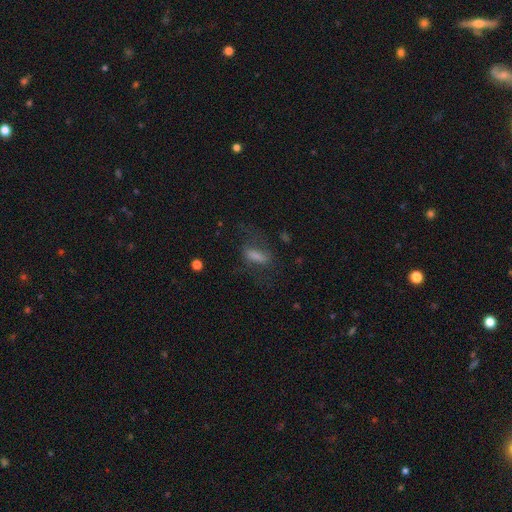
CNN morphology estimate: smooth_or_featured: smooth (p=0.49) [alt: featured or disk p=0.33]
merging: none (p=0.57) [alt: major disturbance p=0.22]